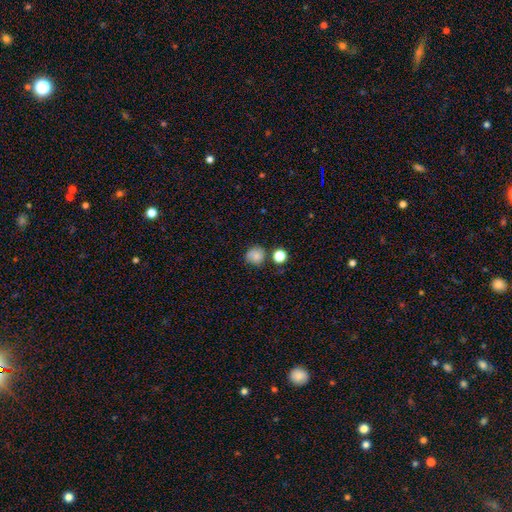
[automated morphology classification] Smooth or featured? smooth (81%)
How rounded? round (87%)
Merging? none (71%)